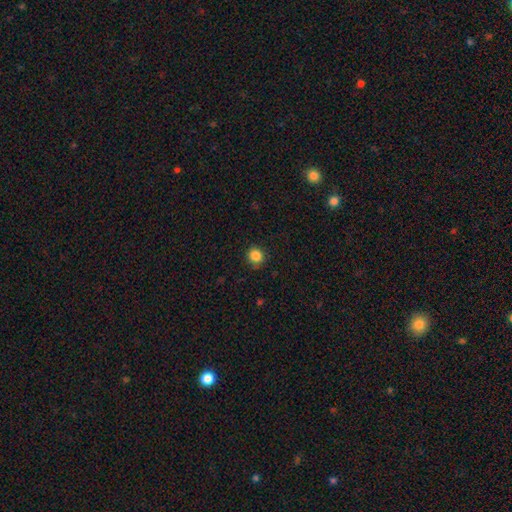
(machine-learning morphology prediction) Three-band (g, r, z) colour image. It shows a smooth galaxy with no disk features (85%) that is round (88%). Merging: none (87%).